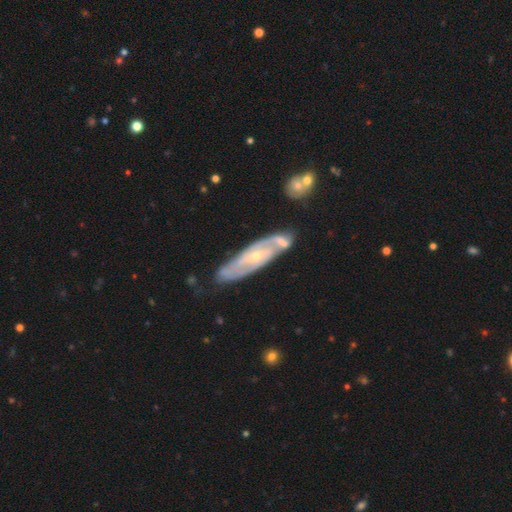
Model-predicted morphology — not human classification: A featured or disk galaxy (81%) with no bar (64%), 2 (44%) tight (61%) spiral arms (89%) and a small central bulge (72%). Merging: none (70%).